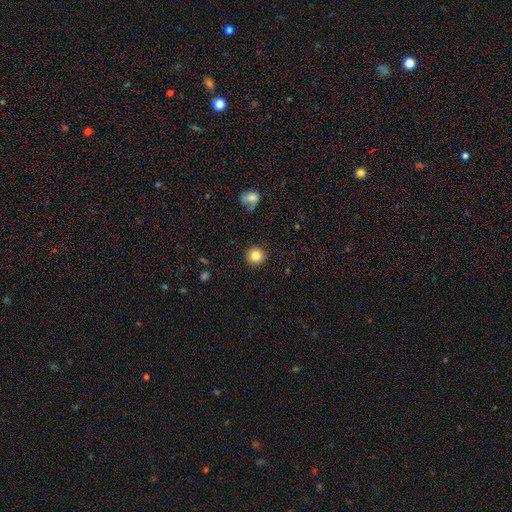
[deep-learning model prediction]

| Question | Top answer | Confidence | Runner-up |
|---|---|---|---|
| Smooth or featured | smooth | 84% | star or artifact (10%) |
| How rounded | round | 95% | in between (4%) |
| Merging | none | 92% | minor disturbance (5%) |